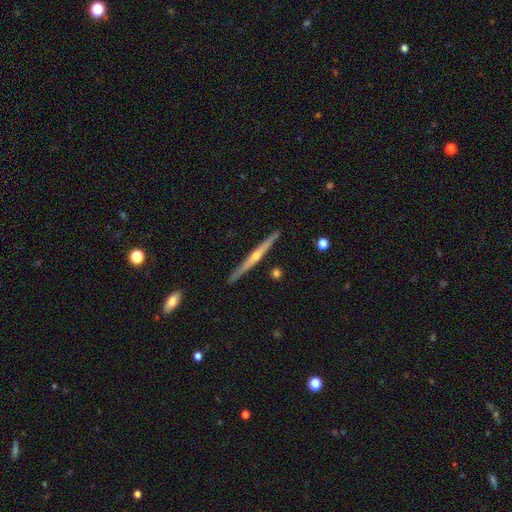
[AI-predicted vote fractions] Smooth or featured? Predicted: featured or disk (p=0.76). Edge-on disk? Predicted: yes (p=0.98). Edge-on bulge? Predicted: rounded (p=0.76). Merging? Predicted: none (p=0.90).